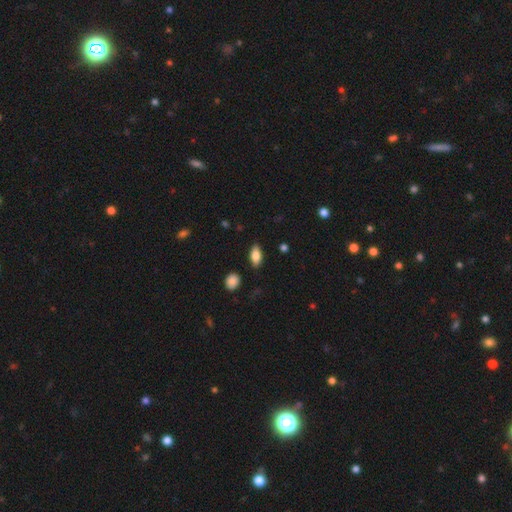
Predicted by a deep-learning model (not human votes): A smooth galaxy with no disk features (74%) that is in between round and cigar-shaped (84%).

Vote fractions:
- Smooth or featured? smooth: 74% / featured or disk: 19% / star or artifact: 7%
- How rounded? in between: 84% / cigar-shaped: 12% / round: 4%
- Merging? none: 85% / minor disturbance: 11% / major disturbance: 2% / merger: 1%